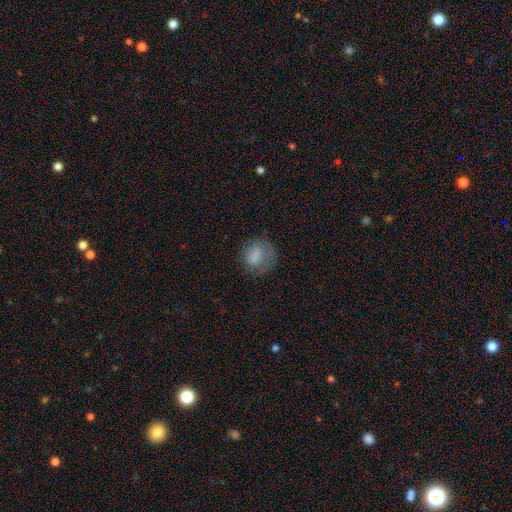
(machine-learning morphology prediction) Smooth or featured? Predicted: smooth (p=0.75). How rounded? Predicted: round (p=0.66). Merging? Predicted: none (p=0.56).